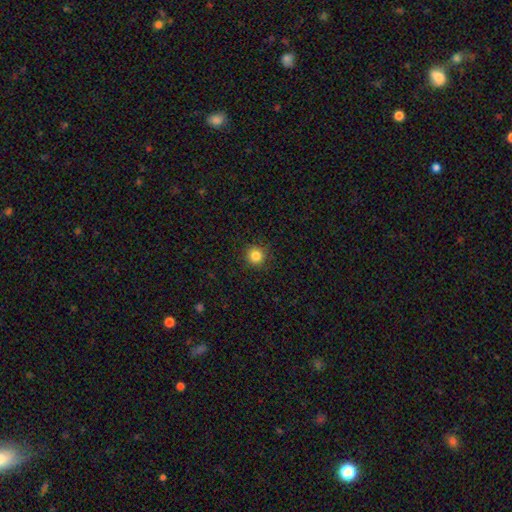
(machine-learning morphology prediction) Smooth or featured: smooth — 84% (star or artifact — 11%)
How rounded: round — 95% (in between — 4%)
Merging: none — 92% (minor disturbance — 5%)